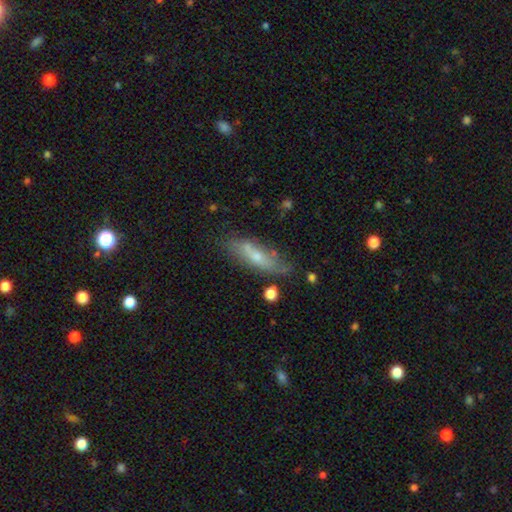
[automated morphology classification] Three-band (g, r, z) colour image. It shows a smooth galaxy with no disk features (50%) that is cigar-shaped (54%). Merging: none (61%).